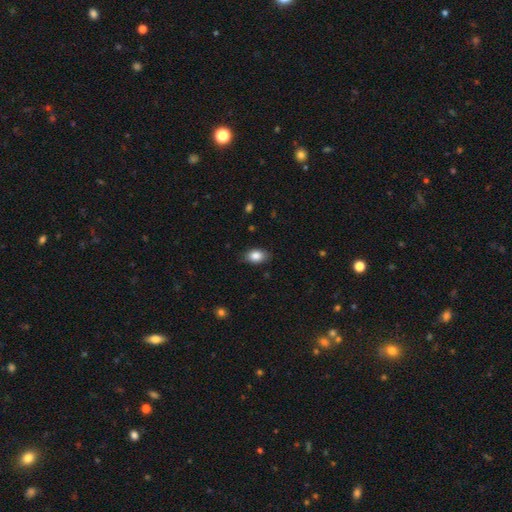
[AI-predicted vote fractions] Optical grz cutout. It shows a smooth galaxy with no disk features (85%) that is in between round and cigar-shaped (86%). Merging: none (83%).